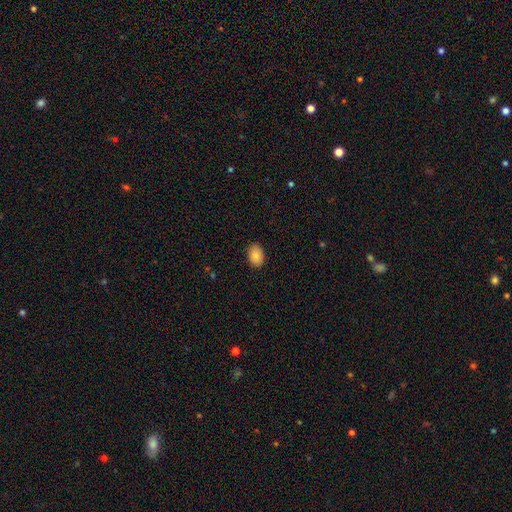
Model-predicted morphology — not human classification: This appears to be a smooth galaxy with no disk features (88%) that is in between round and cigar-shaped (80%). Merging: none (88%).